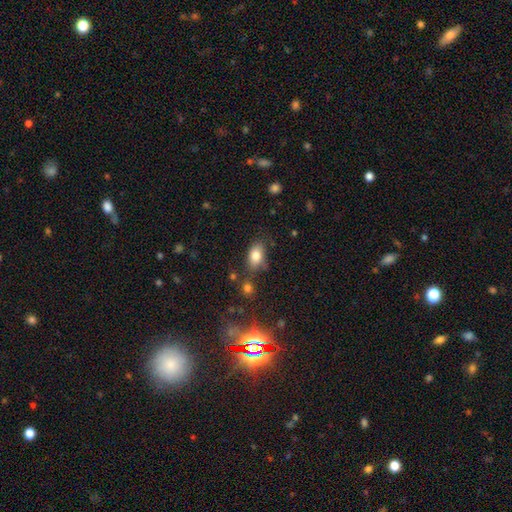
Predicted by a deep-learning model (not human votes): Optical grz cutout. It shows a smooth galaxy with no disk features (81%) that is in between round and cigar-shaped (87%). Merging: none (70%).